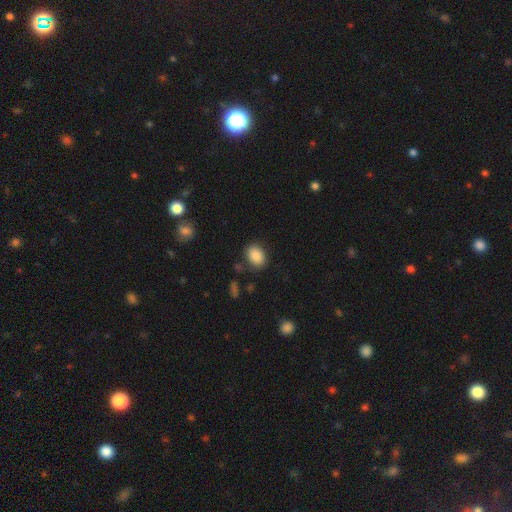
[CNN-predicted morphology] smooth 86%, star or artifact 8%, featured or disk 5%. Down the decision tree: how rounded — in between (68%); merging — none (81%).